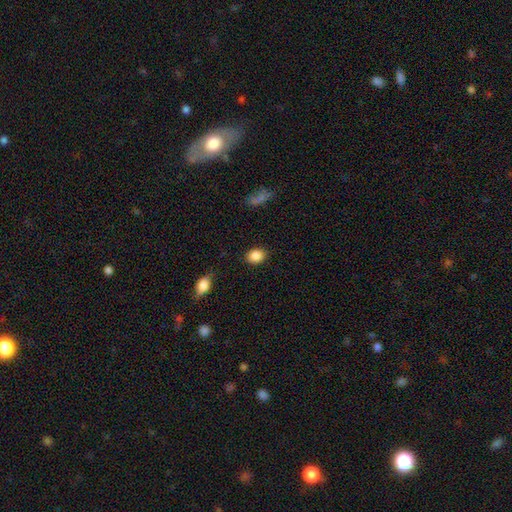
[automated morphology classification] A smooth galaxy with no disk features (87%) that is in between round and cigar-shaped (58%).

Vote fractions:
- Smooth or featured? smooth: 87% / star or artifact: 8% / featured or disk: 4%
- How rounded? in between: 58% / round: 41% / cigar-shaped: 1%
- Merging? none: 86% / minor disturbance: 10% / major disturbance: 3% / merger: 2%